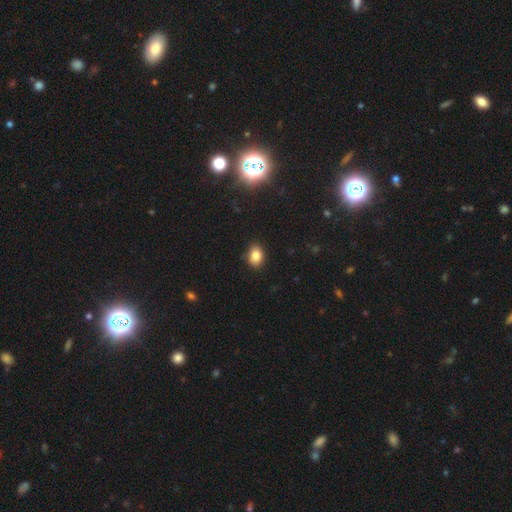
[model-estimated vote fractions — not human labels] Smooth or featured: smooth — 83% (star or artifact — 11%)
How rounded: in between — 69% (round — 30%)
Merging: none — 84% (minor disturbance — 12%)